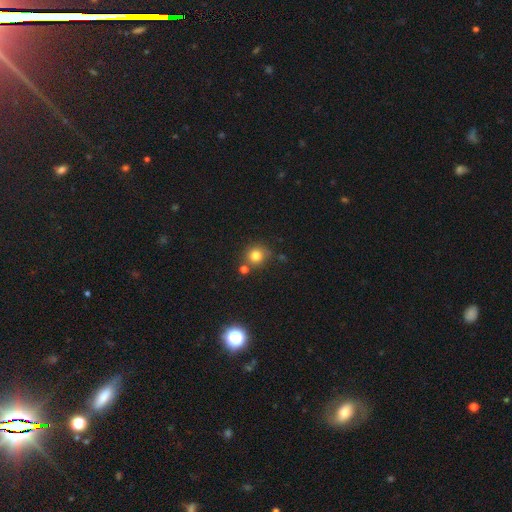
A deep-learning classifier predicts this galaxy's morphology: This is likely a smooth galaxy (79%). How rounded: clearly round (91%). Merging: likely none (73%).